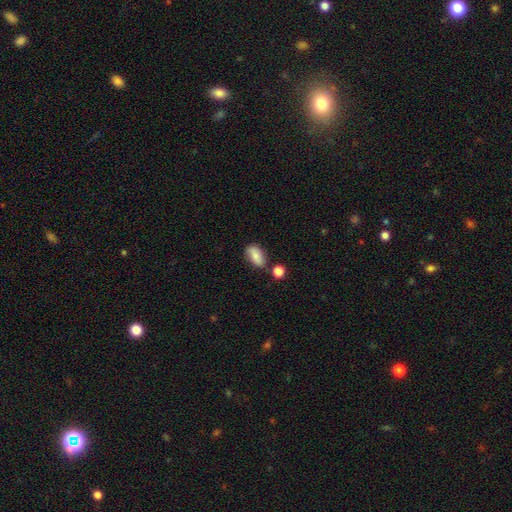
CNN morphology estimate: Overall: smooth (76%). How rounded: in between (88%). Merging: none (68%).